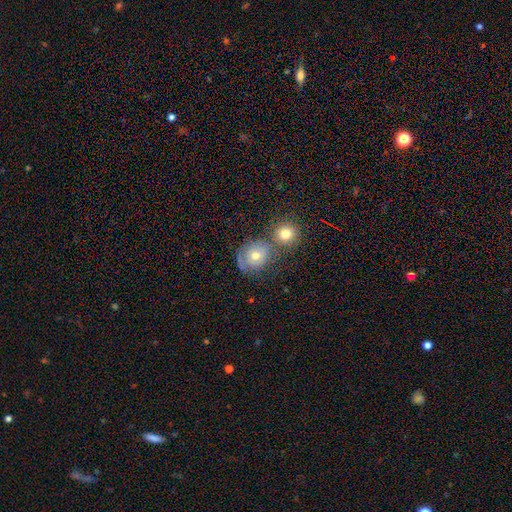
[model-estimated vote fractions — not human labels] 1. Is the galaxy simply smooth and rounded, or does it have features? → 63% smooth, 24% featured or disk, 13% star or artifact.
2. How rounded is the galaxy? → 72% round, 27% in between, 1% cigar-shaped.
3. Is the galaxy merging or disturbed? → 50% none, 27% merger, 16% minor disturbance, 8% major disturbance.